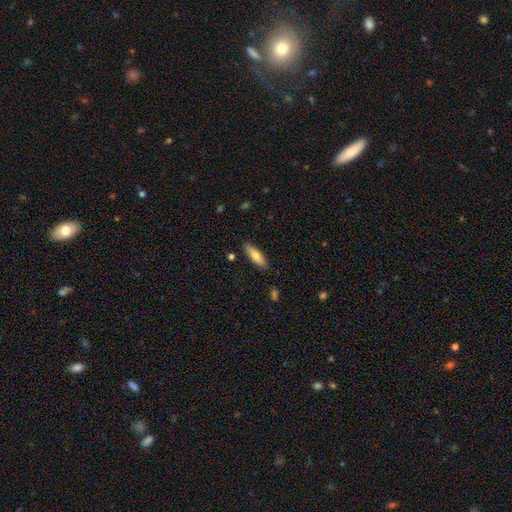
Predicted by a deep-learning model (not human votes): A smooth galaxy with no disk features (72%) that is in between round and cigar-shaped (51%).

Vote fractions:
- Smooth or featured? smooth: 72% / featured or disk: 22% / star or artifact: 6%
- How rounded? in between: 51% / cigar-shaped: 47% / round: 2%
- Merging? none: 87% / minor disturbance: 10% / major disturbance: 2% / merger: 2%